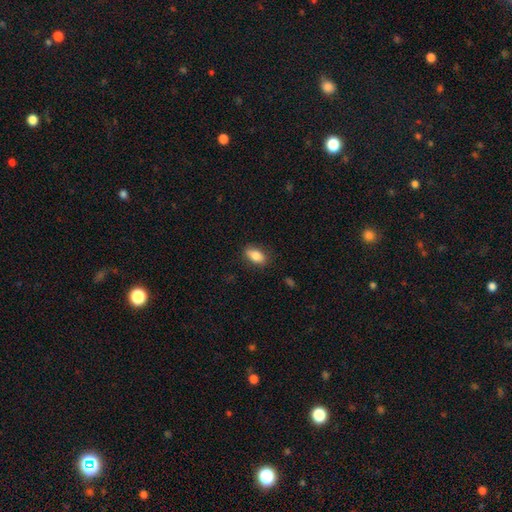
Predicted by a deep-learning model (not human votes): Morphology: type=smooth (83%); roundness=in between (88%); merging=none (83%).